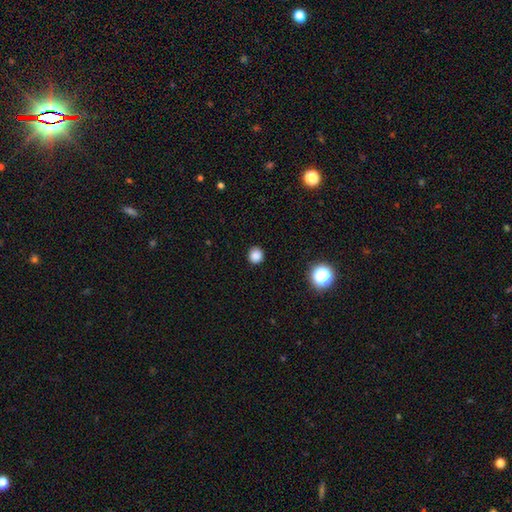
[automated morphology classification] type=smooth (85%); roundness=round (92%); merging=none (92%).